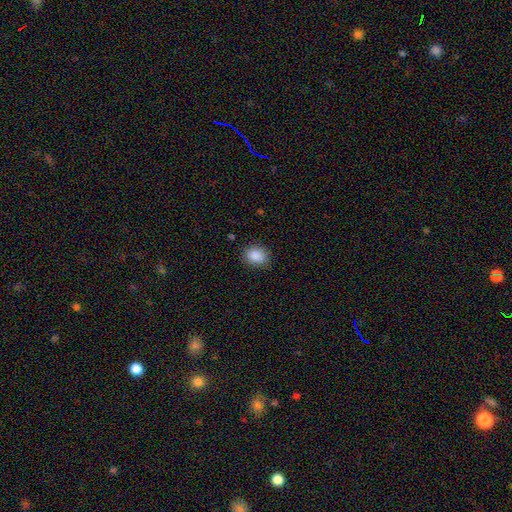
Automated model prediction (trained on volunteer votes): smooth 88%, star or artifact 8%, featured or disk 3%. Down the decision tree: how rounded — in between (60%); merging — none (82%).